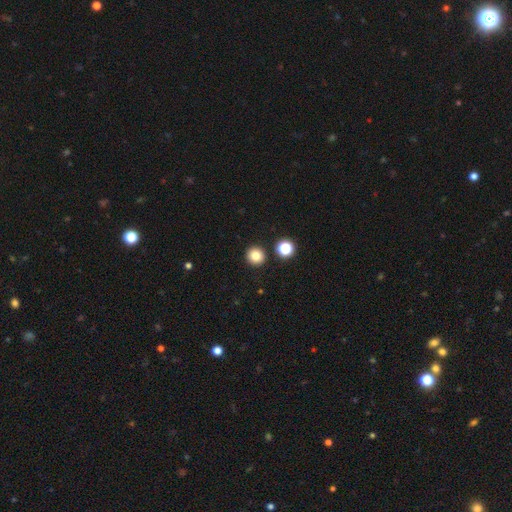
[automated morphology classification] smooth 81%, star or artifact 13%, featured or disk 6%. Down the decision tree: how rounded — round (94%); merging — none (90%).